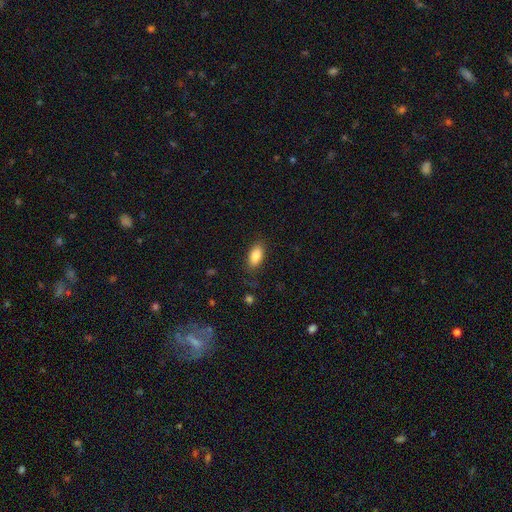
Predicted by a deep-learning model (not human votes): This appears to be a smooth galaxy with no disk features (86%) that is in between round and cigar-shaped (91%). Merging: none (82%).